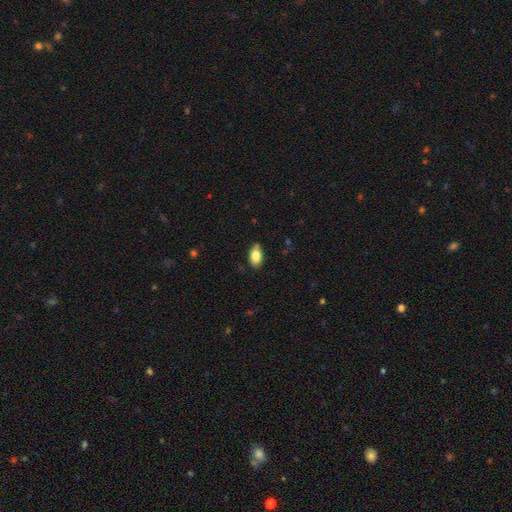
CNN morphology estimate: Q: Smooth or featured?
A: smooth (84%); runner-up: featured or disk (9%)
Q: How rounded?
A: in between (91%); runner-up: round (6%)
Q: Merging?
A: none (81%); runner-up: minor disturbance (15%)